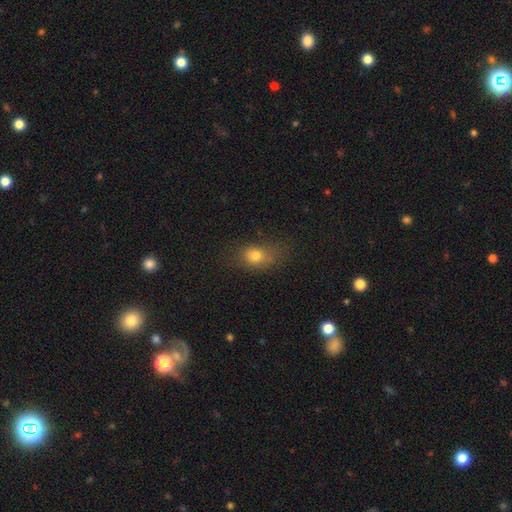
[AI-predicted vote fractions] Morphology: type=smooth (75%); roundness=in between (61%); merging=none (60%).